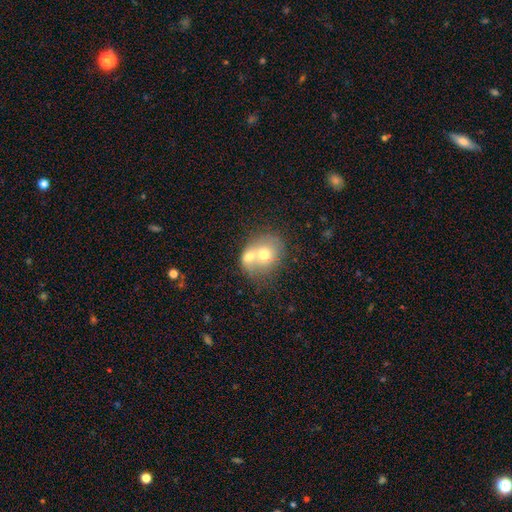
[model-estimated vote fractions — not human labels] The model was most divided on "how rounded": round: 58%, in between: 41%, cigar-shaped: 1%. More confident: merging — merger (67%); smooth or featured — smooth (59%).